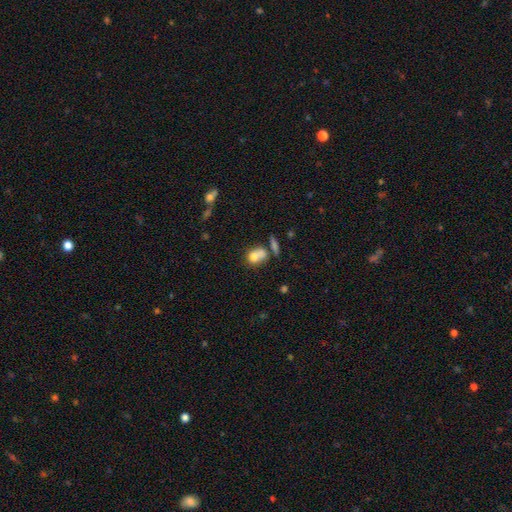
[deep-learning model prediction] A smooth galaxy with no disk features (76%) that is in between round and cigar-shaped (56%).

Vote fractions:
- Smooth or featured? smooth: 76% / featured or disk: 15% / star or artifact: 10%
- How rounded? in between: 56% / round: 41% / cigar-shaped: 2%
- Merging? merger: 41% / none: 34% / minor disturbance: 15% / major disturbance: 10%